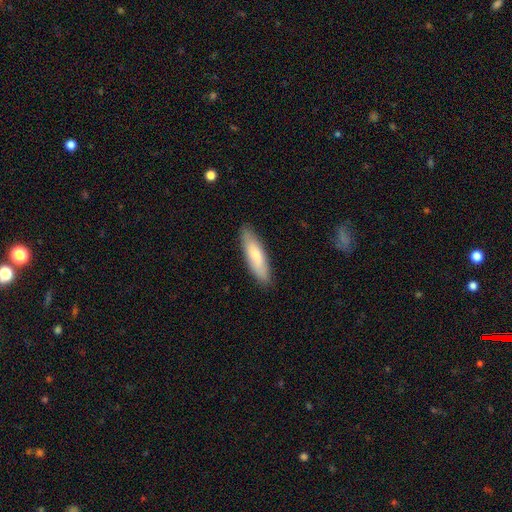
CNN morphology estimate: A smooth galaxy with no disk features (74%) that is cigar-shaped (66%). Merging: none (87%).